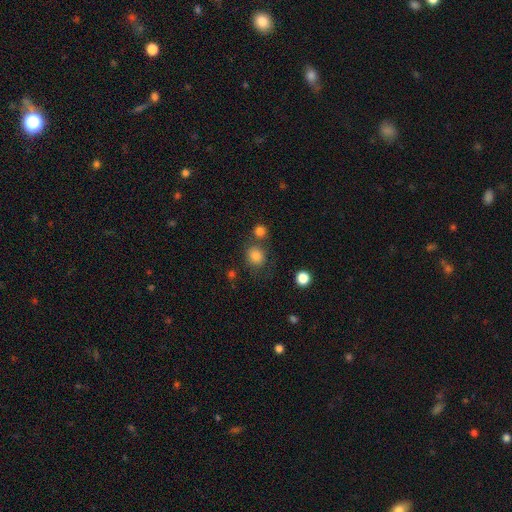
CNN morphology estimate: Smooth or featured? Predicted: smooth (p=0.81). How rounded? Predicted: round (p=0.81). Merging? Predicted: none (p=0.67).